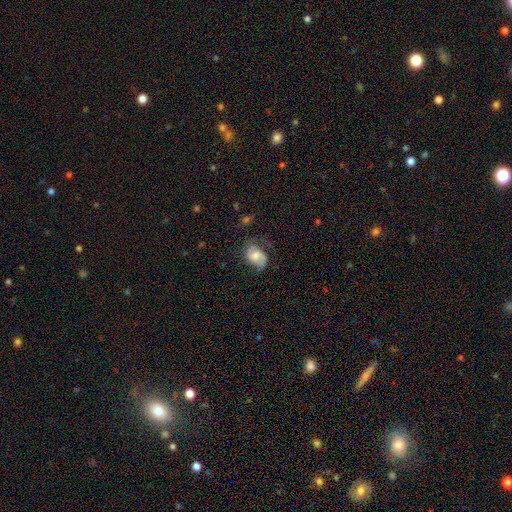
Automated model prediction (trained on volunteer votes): The model was most divided on "smooth or featured": featured or disk: 55%, smooth: 37%, star or artifact: 8%. Remaining: edge-on disk — no (97%); spiral arms — yes (86%); bar — no (57%); merging — none (50%); bulge size — moderate (49%).